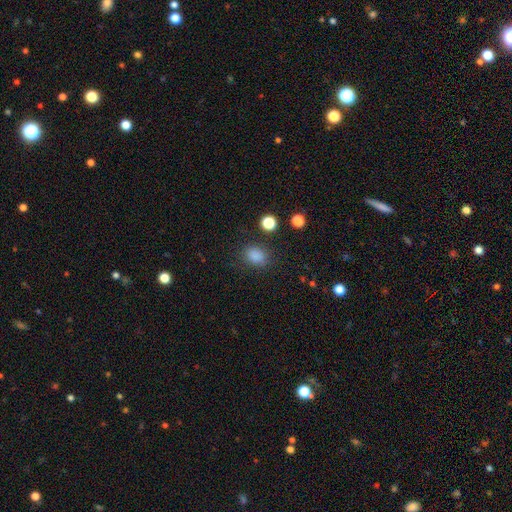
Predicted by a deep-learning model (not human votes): Smooth or featured?
  - smooth: 83% *
  - star or artifact: 13%
  - featured or disk: 4%
How rounded?
  - in between: 63% *
  - round: 36%
  - cigar-shaped: 1%
Merging?
  - none: 80% *
  - minor disturbance: 13%
  - major disturbance: 5%
  - merger: 2%